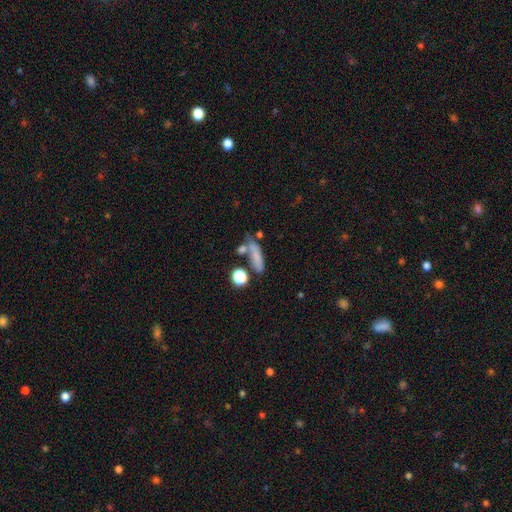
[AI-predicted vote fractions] The model was most divided on "how rounded": cigar-shaped: 54%, in between: 37%, round: 9%. More confident: smooth or featured — smooth (69%); merging — none (52%).